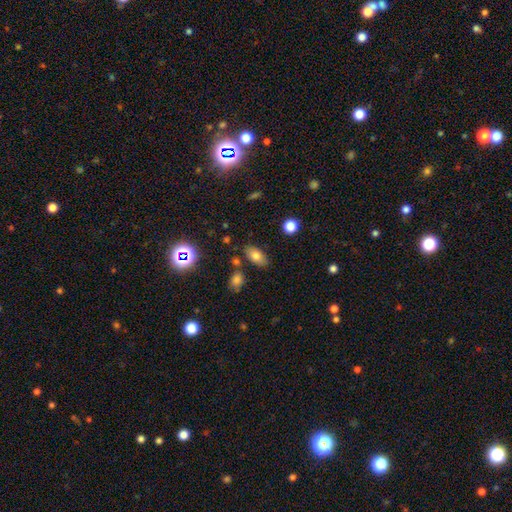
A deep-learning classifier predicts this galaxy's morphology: Smooth or featured? smooth (77%)
How rounded? in between (90%)
Merging? none (79%)